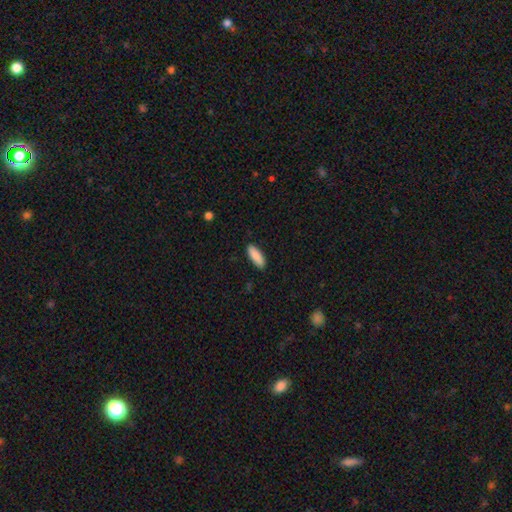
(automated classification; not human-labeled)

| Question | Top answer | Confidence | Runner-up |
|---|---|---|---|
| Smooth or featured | smooth | 89% | star or artifact (6%) |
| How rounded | in between | 65% | cigar-shaped (33%) |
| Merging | none | 88% | minor disturbance (9%) |